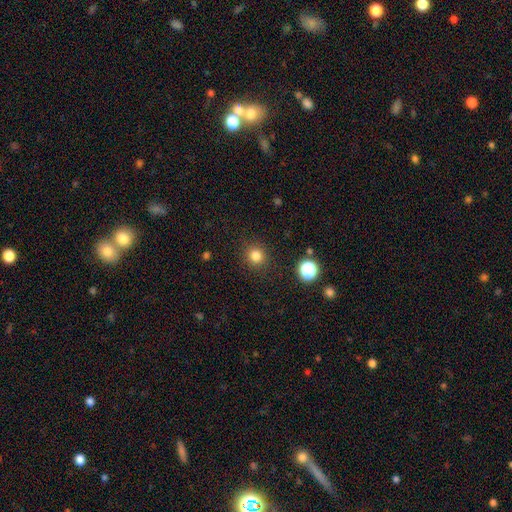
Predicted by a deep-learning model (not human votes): smooth_or_featured: smooth (p=0.81) [alt: star or artifact p=0.14]
how_rounded: round (p=0.92) [alt: in between p=0.07]
merging: none (p=0.90) [alt: minor disturbance p=0.06]